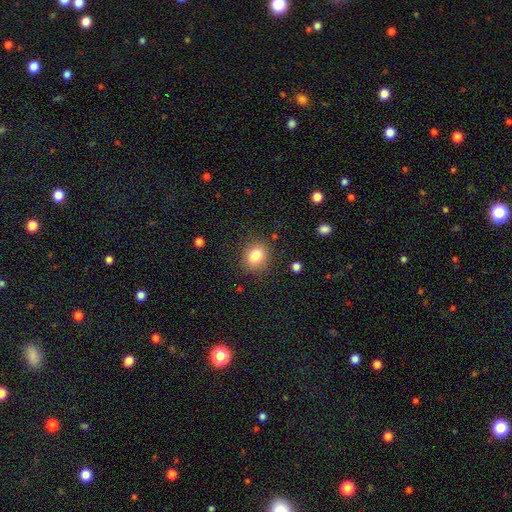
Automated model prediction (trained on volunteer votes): A smooth galaxy with no disk features (83%) that is round (64%).

Vote fractions:
- Smooth or featured? smooth: 83% / star or artifact: 10% / featured or disk: 7%
- How rounded? round: 64% / in between: 35% / cigar-shaped: 1%
- Merging? none: 84% / minor disturbance: 11% / major disturbance: 4% / merger: 1%